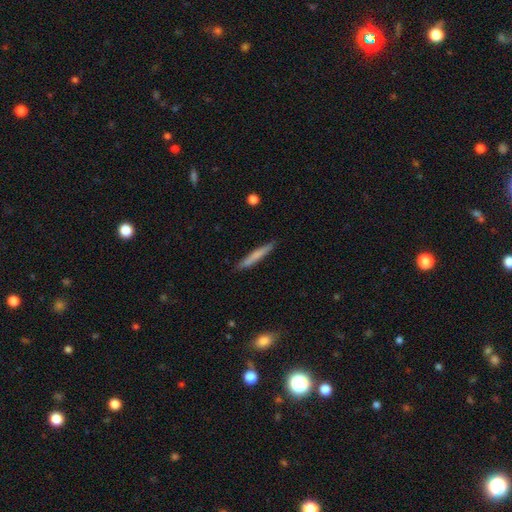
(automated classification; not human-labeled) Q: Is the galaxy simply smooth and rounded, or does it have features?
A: smooth — 68%.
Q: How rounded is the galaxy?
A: cigar-shaped — 96%.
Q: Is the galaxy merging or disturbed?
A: none — 89%.